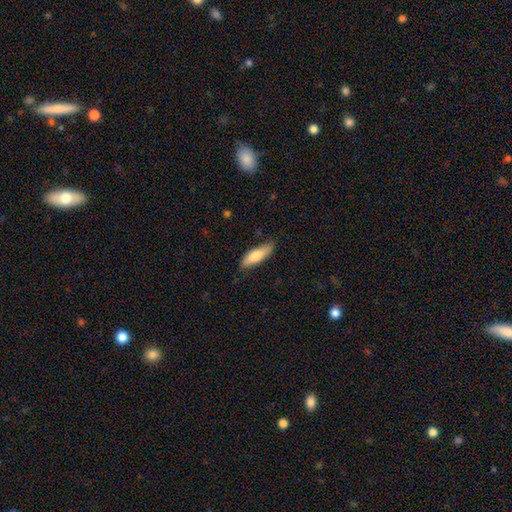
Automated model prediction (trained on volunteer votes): This appears to be a smooth galaxy with no disk features (75%) that is in between round and cigar-shaped (49%, tied with cigar-shaped). Merging: none (75%).